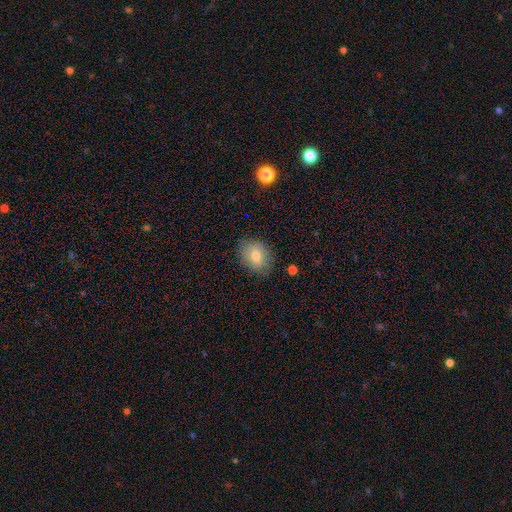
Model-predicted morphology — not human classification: Smooth or featured: smooth — 75% (featured or disk — 17%)
How rounded: in between — 64% (round — 35%)
Merging: none — 80% (minor disturbance — 15%)